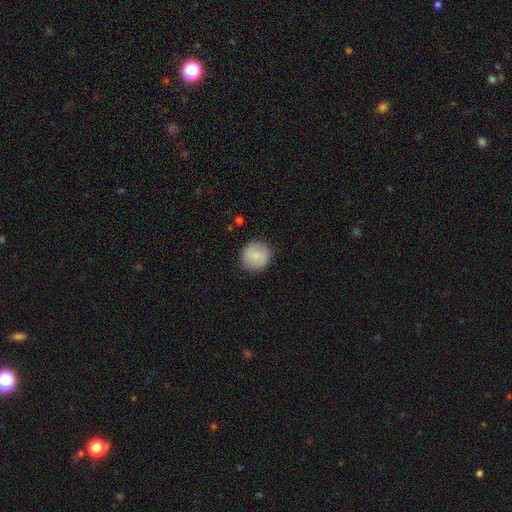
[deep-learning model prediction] smooth-or-featured: smooth: 79% | featured or disk: 13% | star or artifact: 7%
  how-rounded: round: 93% | in between: 6% | cigar-shaped: 1%
  merging: none: 87% | minor disturbance: 9% | major disturbance: 2% | merger: 1%